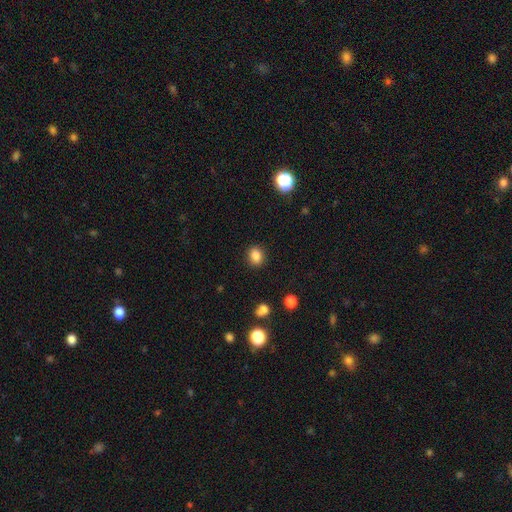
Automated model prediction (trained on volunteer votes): Overall: smooth (85%). How rounded: round (50%; in between 49%). Merging: none (89%).